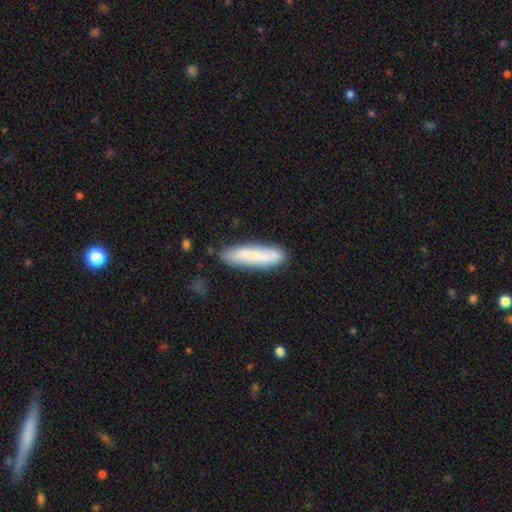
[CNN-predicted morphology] smooth_or_featured: smooth (p=0.62) [alt: featured or disk p=0.31]
how_rounded: cigar-shaped (p=0.80) [alt: in between p=0.18]
merging: none (p=0.82) [alt: minor disturbance p=0.13]